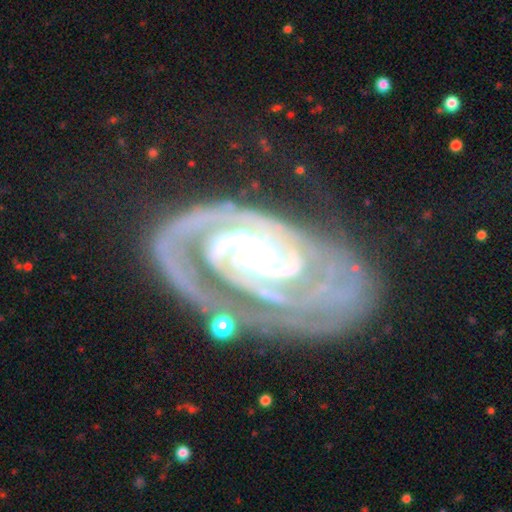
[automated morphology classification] featured or disk 92%, star or artifact 5%, smooth 3%. Down the decision tree: edge-on disk — no (97%); bar — no (53%); spiral arms — yes (98%); spiral arm count — 2 (63%); spiral winding — tight (70%); bulge size — small (55%); merging — none (59%).